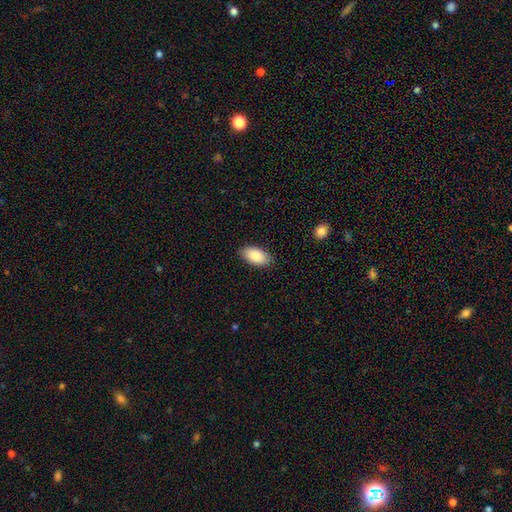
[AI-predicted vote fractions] This appears to be a smooth galaxy with no disk features (88%) that is in between round and cigar-shaped (94%). Merging: none (86%).